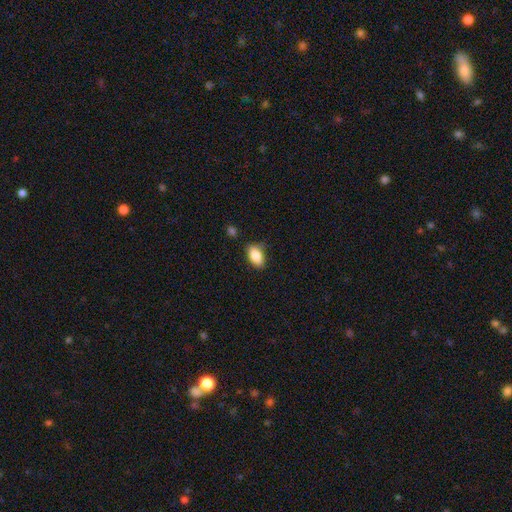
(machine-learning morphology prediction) Overall: smooth (86%). How rounded: in between (90%). Merging: none (77%).